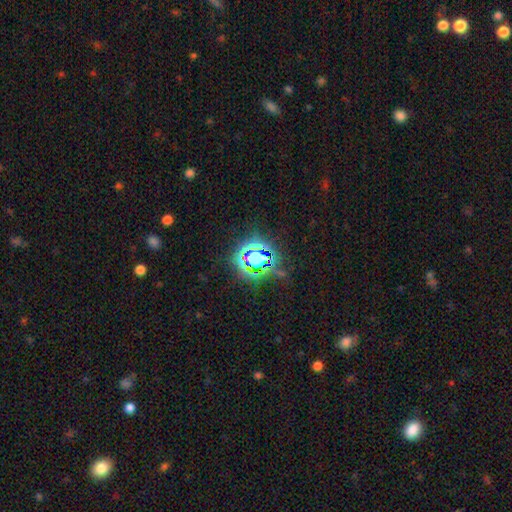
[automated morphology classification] Smooth or featured? Predicted: star or artifact (p=0.74).